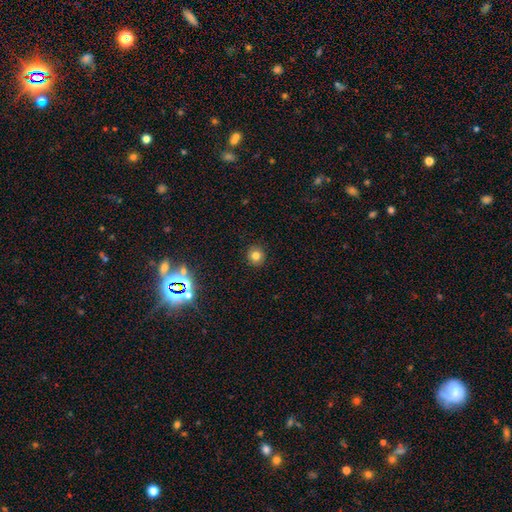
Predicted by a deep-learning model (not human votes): Morphology: type=smooth (78%); roundness=round (93%); merging=none (92%).